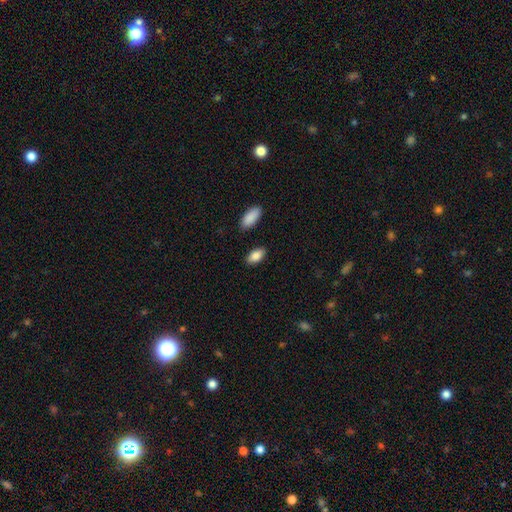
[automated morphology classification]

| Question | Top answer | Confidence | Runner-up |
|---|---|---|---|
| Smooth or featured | smooth | 87% | star or artifact (7%) |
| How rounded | in between | 93% | round (4%) |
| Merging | none | 87% | minor disturbance (8%) |